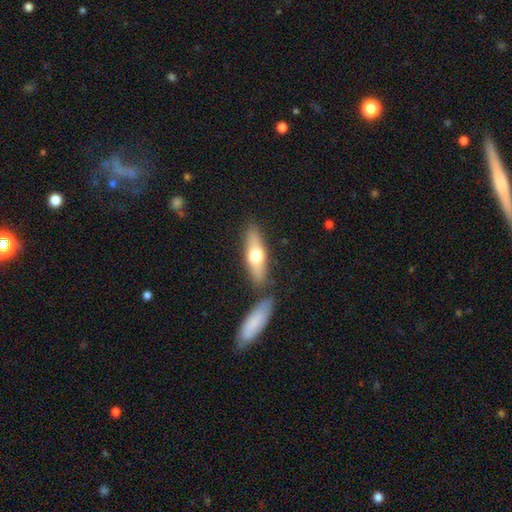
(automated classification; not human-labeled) smooth 57%, featured or disk 38%, star or artifact 6%. Down the decision tree: how rounded — cigar-shaped (53%); merging — none (74%).